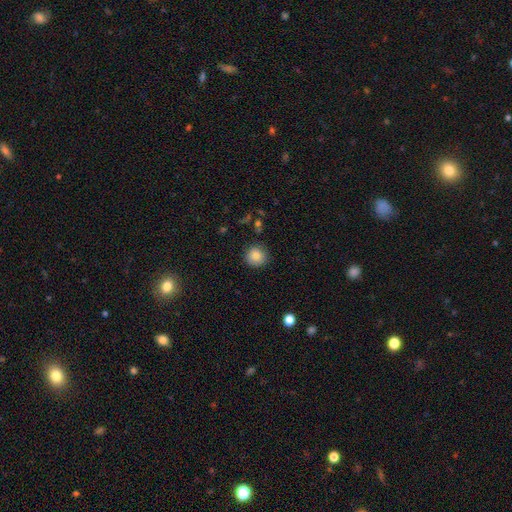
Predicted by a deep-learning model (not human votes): Smooth or featured? smooth (85%)
How rounded? round (93%)
Merging? none (87%)